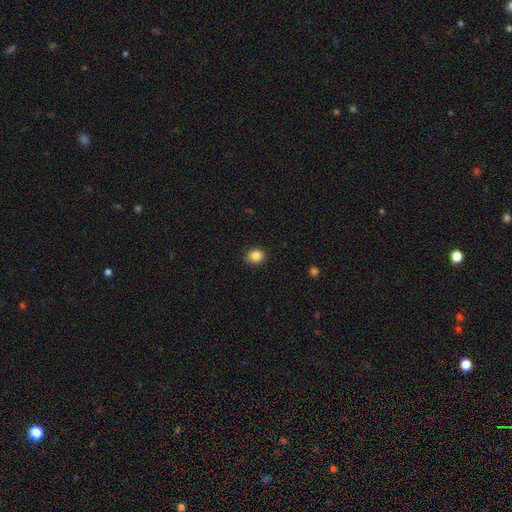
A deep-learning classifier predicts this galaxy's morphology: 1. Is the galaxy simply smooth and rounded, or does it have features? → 86% smooth, 10% star or artifact, 5% featured or disk.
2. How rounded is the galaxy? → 68% round, 32% in between, 1% cigar-shaped.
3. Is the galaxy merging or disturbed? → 89% none, 8% minor disturbance, 2% major disturbance, 1% merger.